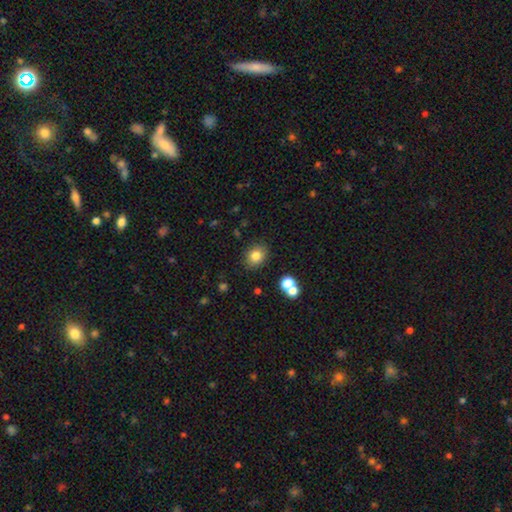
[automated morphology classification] This is clearly a smooth galaxy (80%). How rounded: likely round (63%). Merging: clearly none (84%).